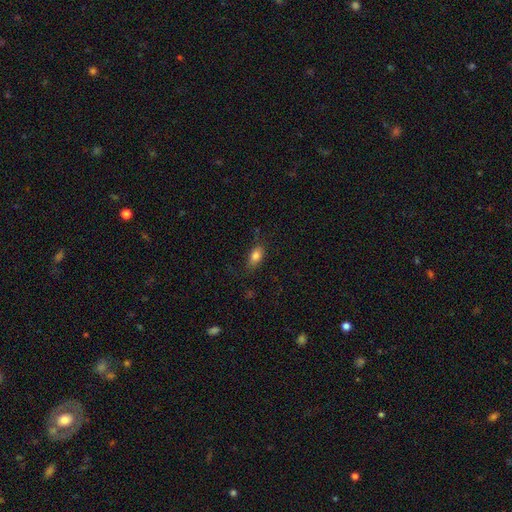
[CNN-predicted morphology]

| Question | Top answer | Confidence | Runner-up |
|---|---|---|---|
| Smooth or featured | smooth | 82% | star or artifact (9%) |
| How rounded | in between | 86% | round (8%) |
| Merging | none | 73% | minor disturbance (19%) |